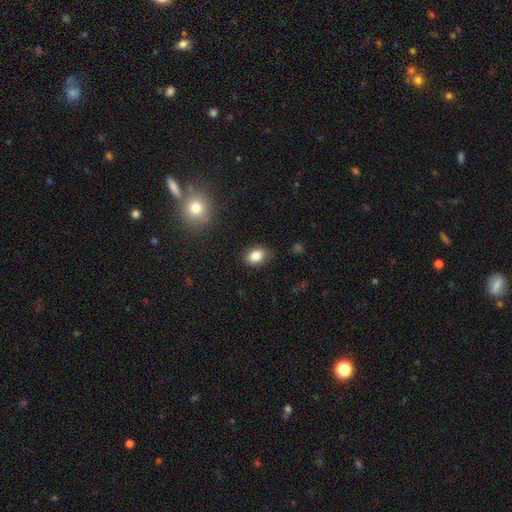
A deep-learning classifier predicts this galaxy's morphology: Overall: smooth (84%). How rounded: in between (76%). Merging: none (82%).